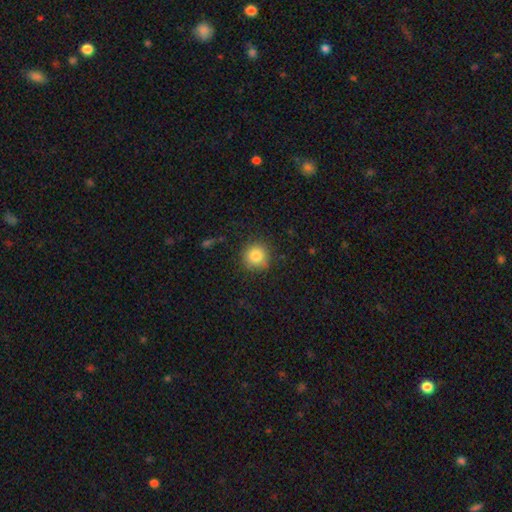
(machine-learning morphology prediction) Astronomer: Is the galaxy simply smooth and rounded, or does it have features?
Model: smooth — 83%.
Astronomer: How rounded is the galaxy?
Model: round — 93%.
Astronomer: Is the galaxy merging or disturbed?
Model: none — 85%.